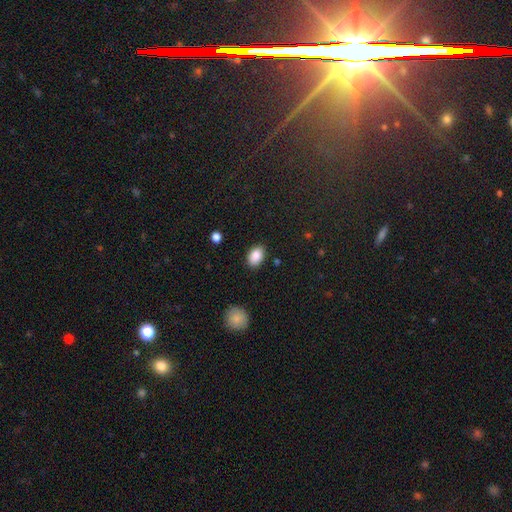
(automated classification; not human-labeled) Smooth or featured? Predicted: smooth (p=0.88). How rounded? Predicted: in between (p=0.86). Merging? Predicted: none (p=0.85).